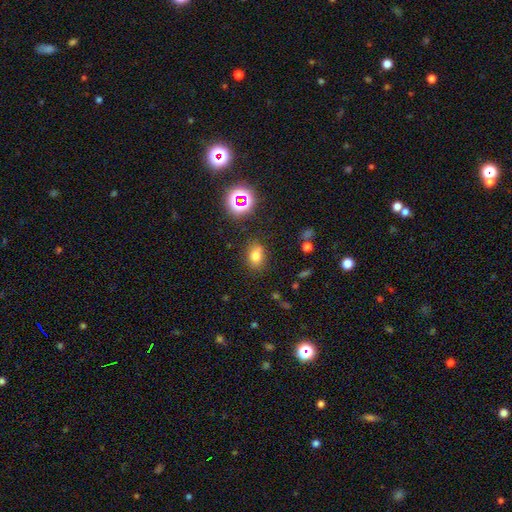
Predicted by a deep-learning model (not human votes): Overall: smooth (72%). How rounded: in between (61%; round 38%). Merging: none (75%).